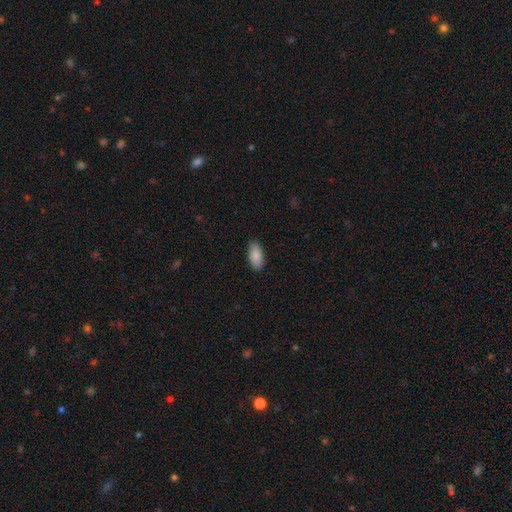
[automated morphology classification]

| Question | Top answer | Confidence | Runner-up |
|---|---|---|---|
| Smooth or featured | smooth | 89% | star or artifact (6%) |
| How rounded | in between | 92% | cigar-shaped (6%) |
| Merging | none | 88% | minor disturbance (9%) |